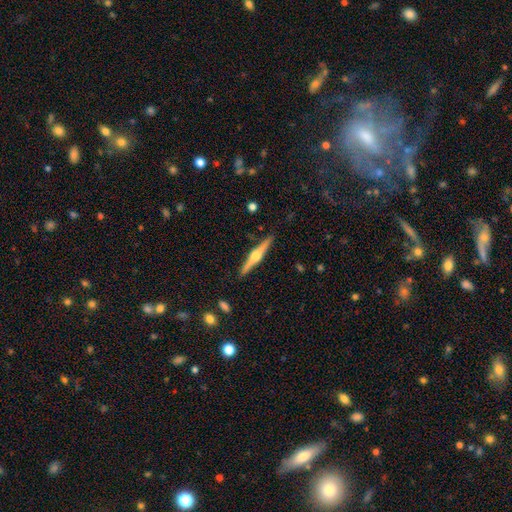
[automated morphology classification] smooth_or_featured: featured or disk (p=0.75) [alt: smooth p=0.19]
disk_edge_on: yes (p=0.98) [alt: no p=0.02]
edge_on_bulge: rounded (p=0.94) [alt: boxy p=0.04]
merging: none (p=0.90) [alt: minor disturbance p=0.07]